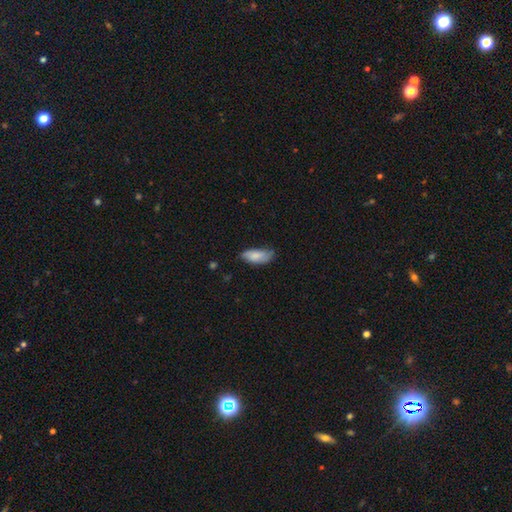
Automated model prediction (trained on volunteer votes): A smooth galaxy with no disk features (78%) that is in between round and cigar-shaped (84%).

Vote fractions:
- Smooth or featured? smooth: 78% / featured or disk: 15% / star or artifact: 6%
- How rounded? in between: 84% / cigar-shaped: 13% / round: 2%
- Merging? none: 66% / minor disturbance: 28% / major disturbance: 5% / merger: 1%